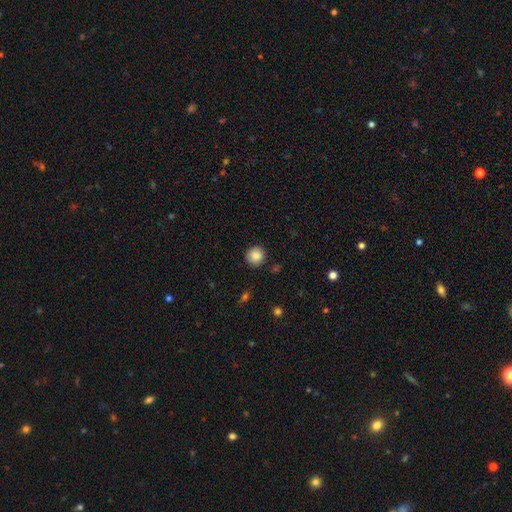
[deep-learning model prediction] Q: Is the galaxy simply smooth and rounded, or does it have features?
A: smooth — 87%.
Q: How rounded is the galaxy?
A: round — 93%.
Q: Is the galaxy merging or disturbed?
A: none — 89%.